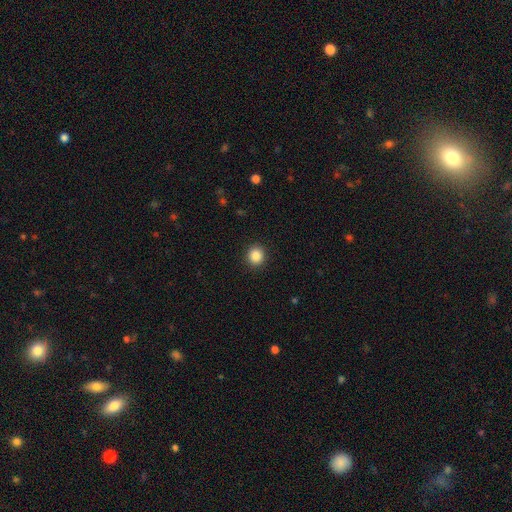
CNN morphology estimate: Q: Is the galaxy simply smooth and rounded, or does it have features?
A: smooth — 87%.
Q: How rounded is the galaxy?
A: round — 89%.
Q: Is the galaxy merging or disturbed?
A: none — 92%.